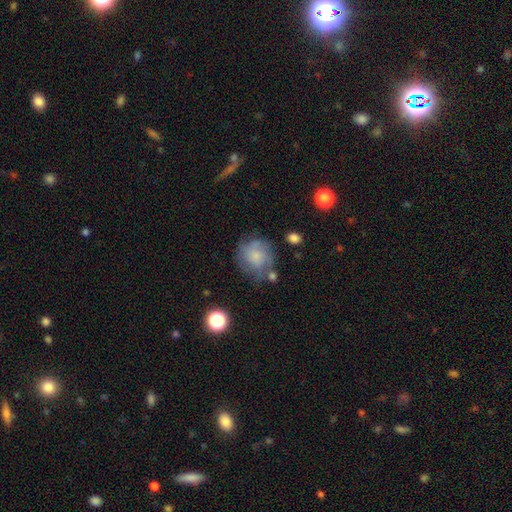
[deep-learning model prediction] The model was most divided on "smooth or featured": smooth: 52%, featured or disk: 37%, star or artifact: 11%. More confident: how rounded — round (80%); merging — none (57%).